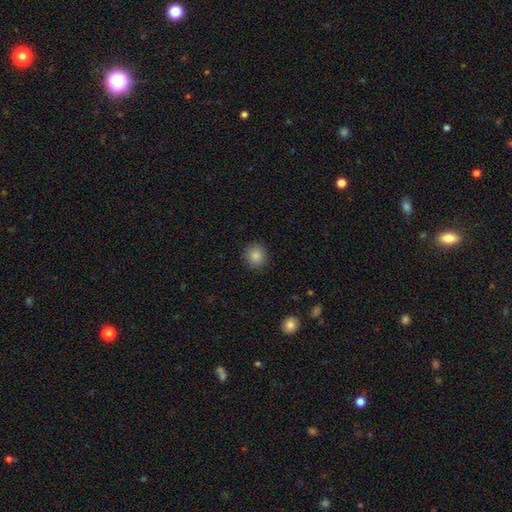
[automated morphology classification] This appears to be a smooth galaxy with no disk features (86%) that is round (90%). Merging: none (90%).